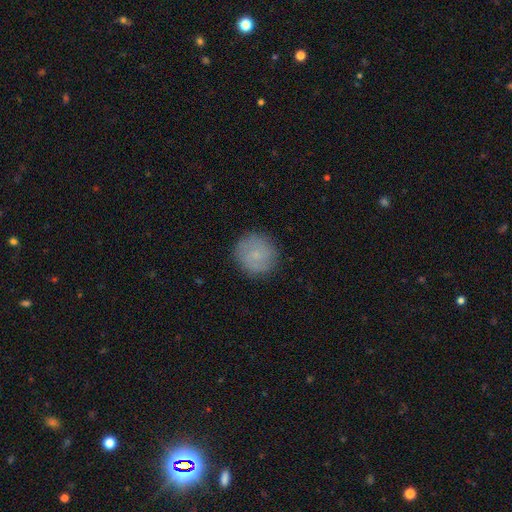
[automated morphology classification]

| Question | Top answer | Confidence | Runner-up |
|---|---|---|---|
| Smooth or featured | smooth | 67% | featured or disk (25%) |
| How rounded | round | 93% | in between (6%) |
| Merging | none | 87% | minor disturbance (10%) |